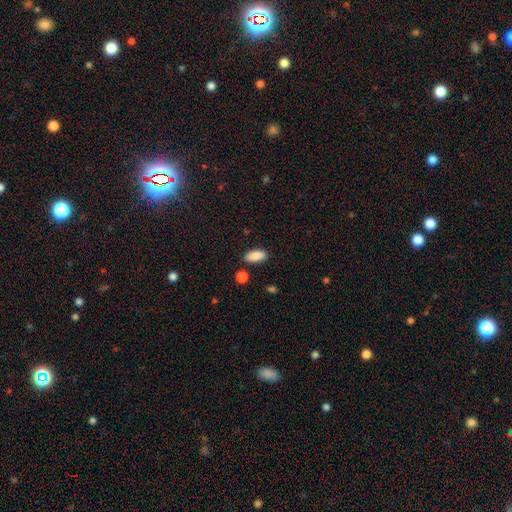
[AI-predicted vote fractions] Smooth or featured?
  - smooth: 88% *
  - star or artifact: 7%
  - featured or disk: 5%
How rounded?
  - in between: 87% *
  - cigar-shaped: 10%
  - round: 3%
Merging?
  - none: 82% *
  - minor disturbance: 12%
  - merger: 3%
  - major disturbance: 3%